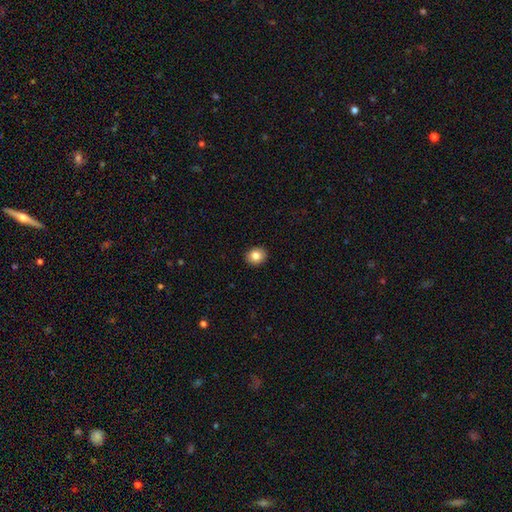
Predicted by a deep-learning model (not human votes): The model was most divided on "how rounded": round: 68%, in between: 31%, cigar-shaped: 1%. More confident: merging — none (92%); smooth or featured — smooth (84%).